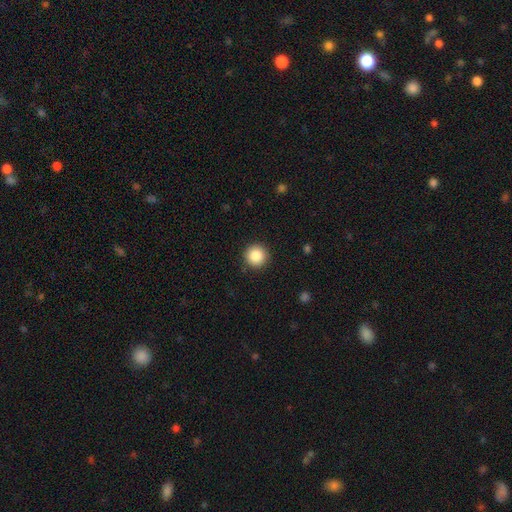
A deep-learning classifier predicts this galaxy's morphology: Q: Smooth or featured?
A: smooth (87%); runner-up: star or artifact (9%)
Q: How rounded?
A: round (96%); runner-up: in between (3%)
Q: Merging?
A: none (91%); runner-up: minor disturbance (6%)